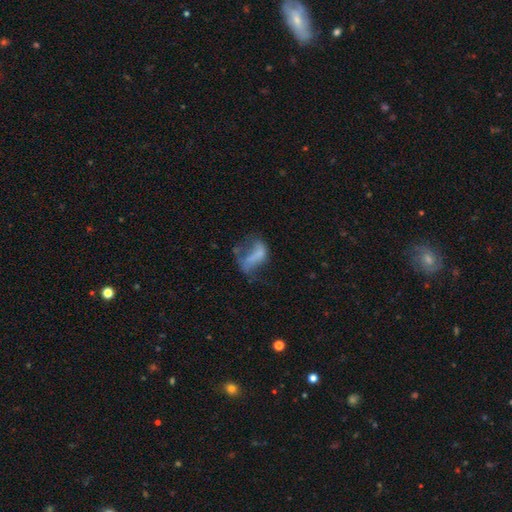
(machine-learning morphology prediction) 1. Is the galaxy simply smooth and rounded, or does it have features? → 44% smooth, 41% featured or disk, 14% star or artifact.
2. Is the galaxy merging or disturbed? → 47% major disturbance, 24% none, 20% minor disturbance, 9% merger.